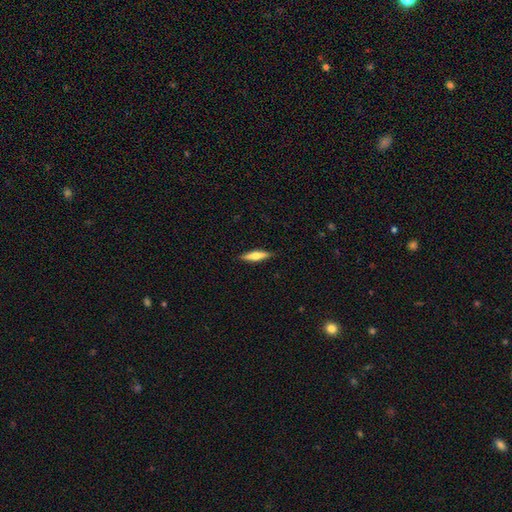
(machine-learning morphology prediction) type=smooth (50%); roundness=cigar-shaped (78%); merging=none (90%).